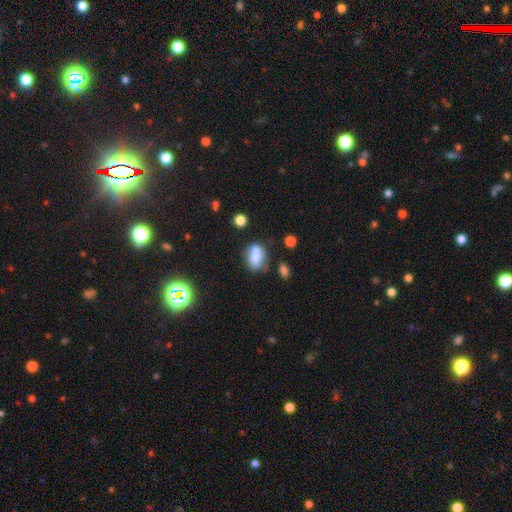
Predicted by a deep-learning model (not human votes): Smooth or featured: smooth — 75% (featured or disk — 14%)
How rounded: in between — 76% (round — 21%)
Merging: none — 50% (minor disturbance — 26%)